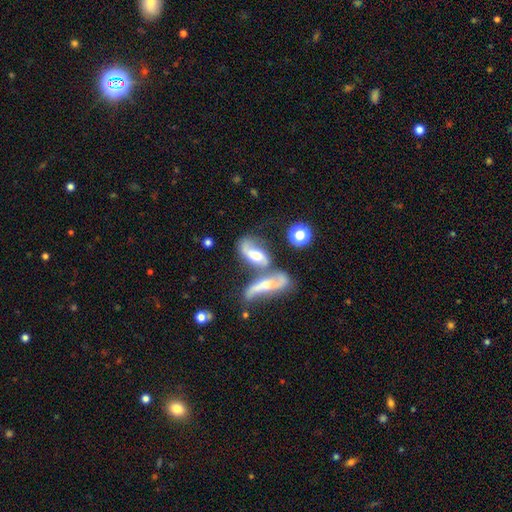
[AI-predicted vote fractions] Smooth or featured?
  - featured or disk: 64% *
  - smooth: 27%
  - star or artifact: 10%
Edge-on disk?
  - no: 85% *
  - yes: 15%
Bar?
  - no: 49% *
  - weak: 34%
  - strong: 17%
Spiral arms?
  - yes: 82% *
  - no: 18%
Bulge size?
  - moderate: 53% *
  - small: 21%
  - large: 16%
  - none: 8%
  - dominant: 3%
Merging?
  - merger: 62% *
  - none: 19%
  - major disturbance: 9%
  - minor disturbance: 9%